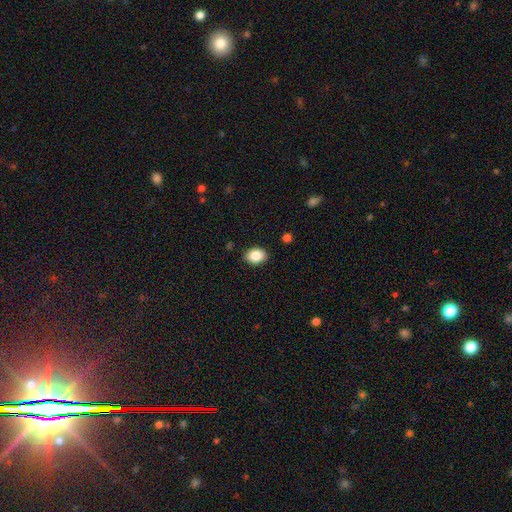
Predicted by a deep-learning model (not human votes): Q: Smooth or featured?
A: smooth (86%); runner-up: star or artifact (8%)
Q: How rounded?
A: in between (66%); runner-up: round (33%)
Q: Merging?
A: none (87%); runner-up: minor disturbance (9%)